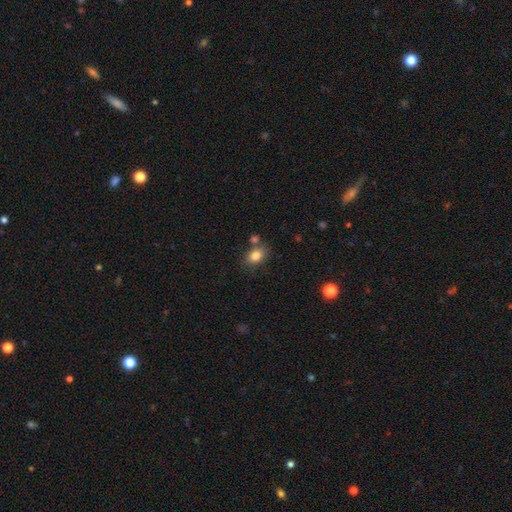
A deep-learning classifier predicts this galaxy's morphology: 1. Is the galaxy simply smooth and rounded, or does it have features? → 82% smooth, 10% star or artifact, 8% featured or disk.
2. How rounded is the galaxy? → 72% in between, 27% round, 1% cigar-shaped.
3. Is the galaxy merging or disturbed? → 68% none, 15% merger, 14% minor disturbance, 4% major disturbance.